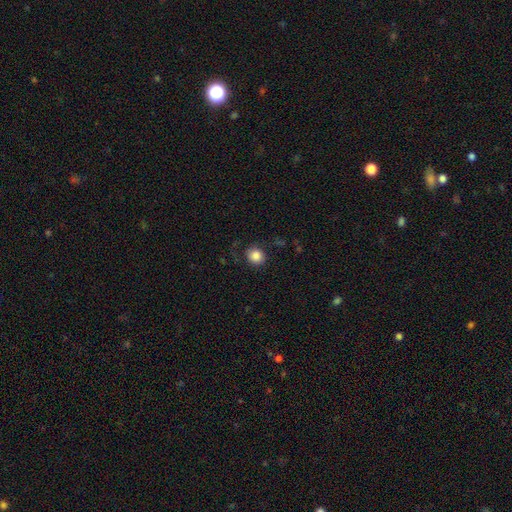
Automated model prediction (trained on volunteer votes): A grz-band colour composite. It shows a smooth galaxy with no disk features (85%) that is round (81%). Merging: none (79%).